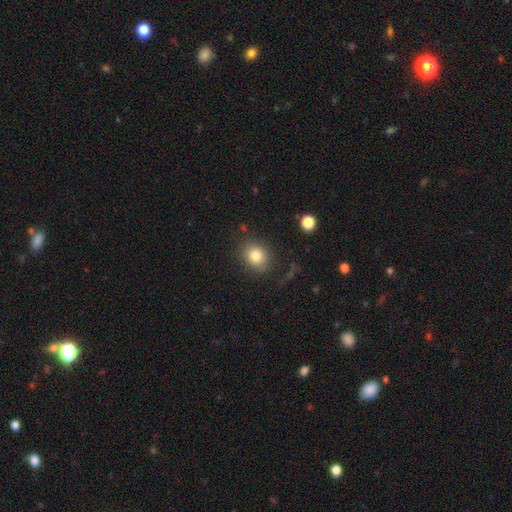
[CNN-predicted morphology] This appears to be a smooth galaxy with no disk features (82%) that is round (64%). Merging: none (82%).